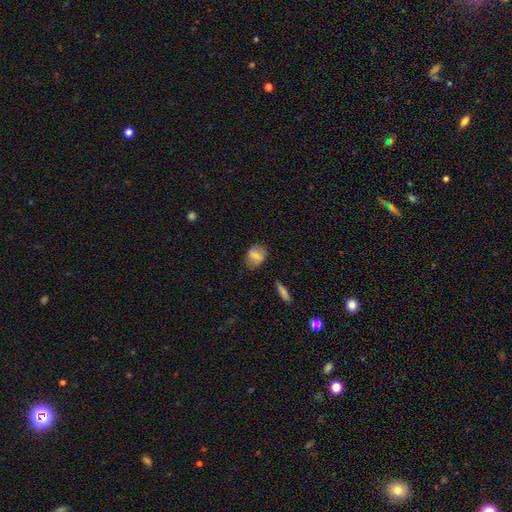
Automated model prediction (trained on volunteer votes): smooth_or_featured: smooth (p=0.63) [alt: featured or disk p=0.28]
how_rounded: in between (p=0.62) [alt: round p=0.36]
merging: none (p=0.75) [alt: minor disturbance p=0.17]